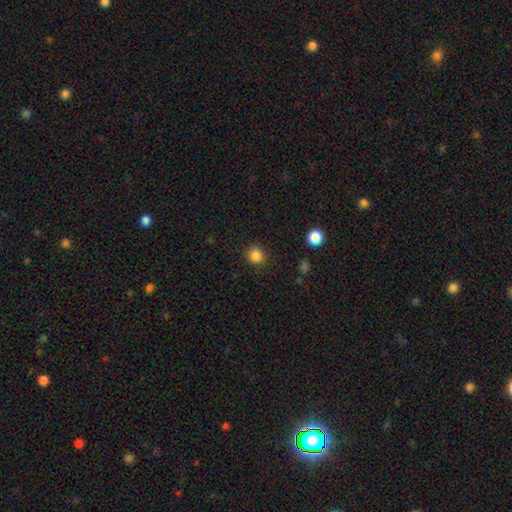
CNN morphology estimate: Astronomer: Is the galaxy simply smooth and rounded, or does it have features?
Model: smooth — 85%.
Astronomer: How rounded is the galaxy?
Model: round — 89%.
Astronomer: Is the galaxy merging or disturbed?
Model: none — 88%.